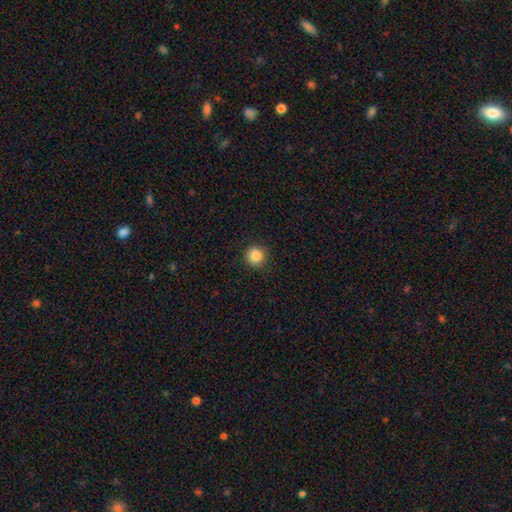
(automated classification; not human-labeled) Smooth or featured? Predicted: smooth (p=0.86). How rounded? Predicted: round (p=0.95). Merging? Predicted: none (p=0.91).